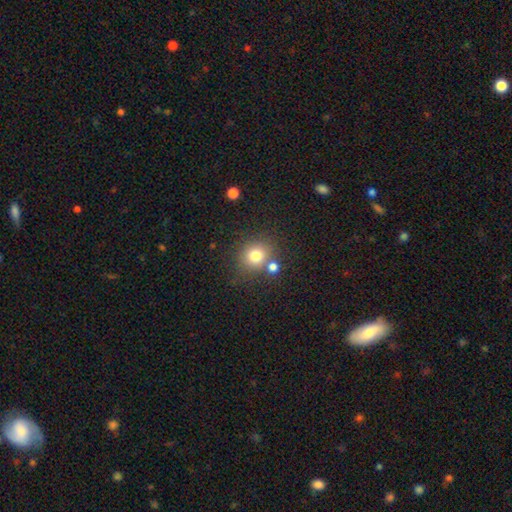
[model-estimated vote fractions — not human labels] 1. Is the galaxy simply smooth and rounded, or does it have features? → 77% smooth, 13% star or artifact, 9% featured or disk.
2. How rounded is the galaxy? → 84% round, 15% in between, 1% cigar-shaped.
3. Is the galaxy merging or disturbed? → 69% none, 17% merger, 10% minor disturbance, 4% major disturbance.